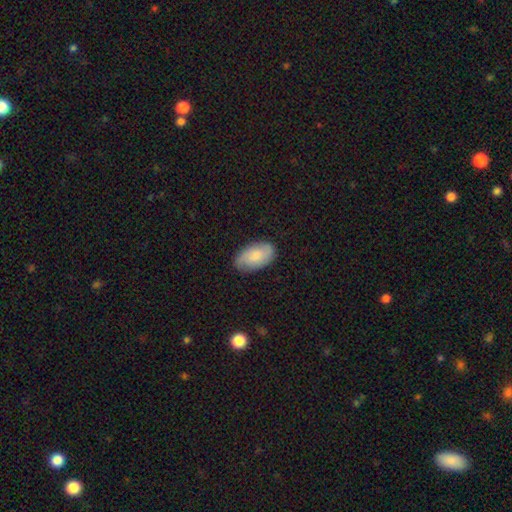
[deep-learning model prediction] Q: Smooth or featured?
A: smooth (68%); runner-up: featured or disk (26%)
Q: How rounded?
A: in between (94%); runner-up: round (5%)
Q: Merging?
A: none (81%); runner-up: minor disturbance (15%)